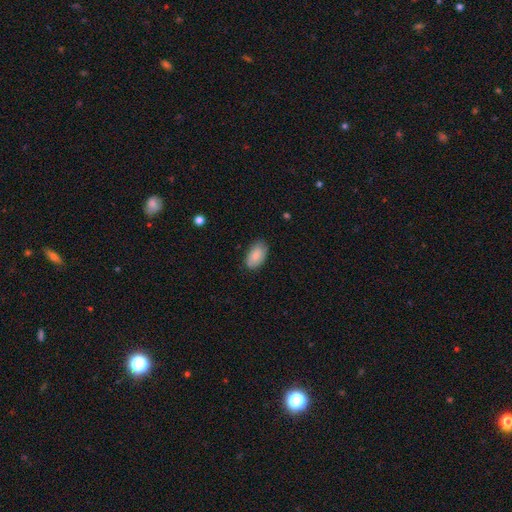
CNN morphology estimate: Overall: smooth (83%). How rounded: in between (94%). Merging: none (79%).